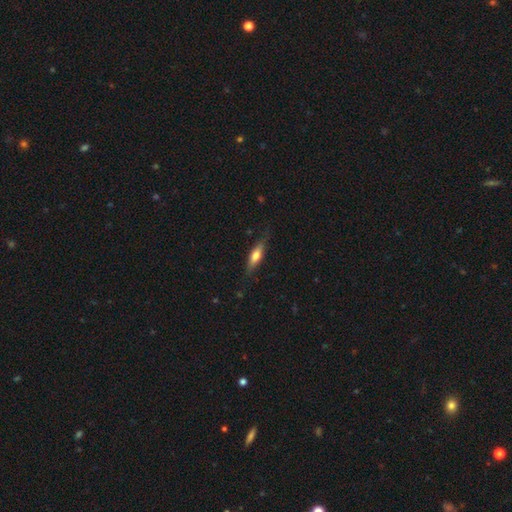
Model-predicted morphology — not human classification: This appears to be a smooth galaxy with no disk features (61%) that is cigar-shaped (56%). Merging: none (76%).